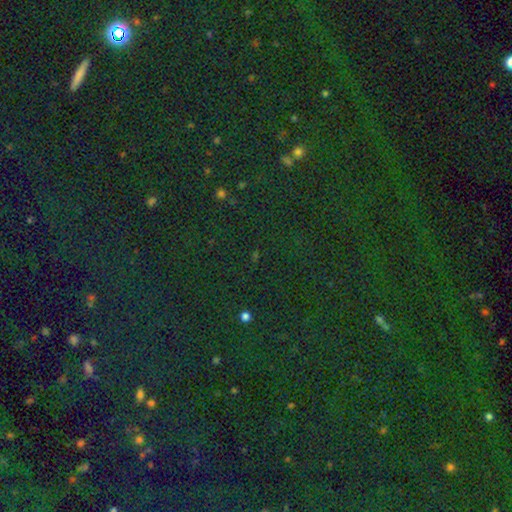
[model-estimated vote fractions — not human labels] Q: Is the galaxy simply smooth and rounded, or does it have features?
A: star or artifact — 79%.